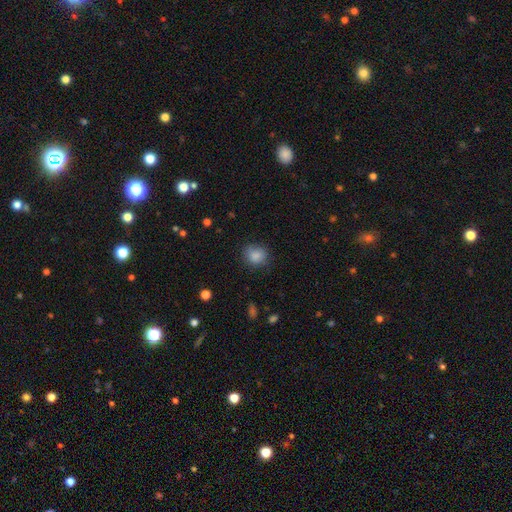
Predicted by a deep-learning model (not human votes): Smooth or featured? Predicted: smooth (p=0.85). How rounded? Predicted: round (p=0.73). Merging? Predicted: none (p=0.72).